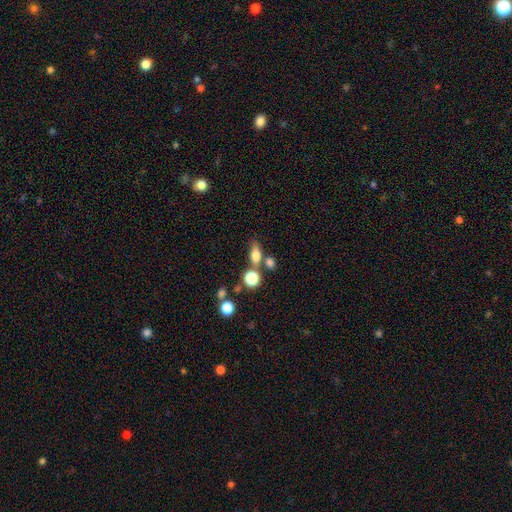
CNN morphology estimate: Smooth or featured? Predicted: smooth (p=0.74). How rounded? Predicted: in between (p=0.66). Merging? Predicted: none (p=0.58).